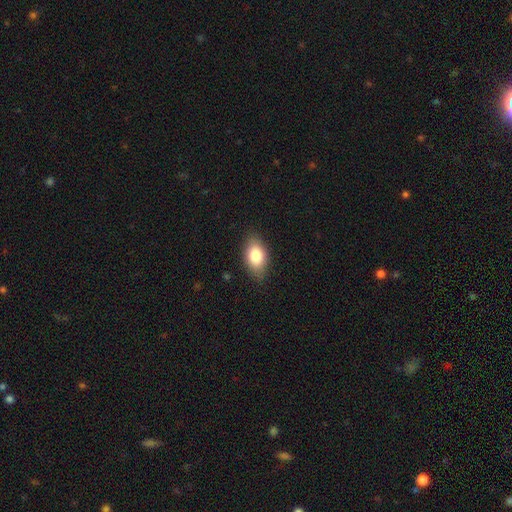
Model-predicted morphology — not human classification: Smooth or featured?
  - smooth: 81% *
  - featured or disk: 12%
  - star or artifact: 7%
How rounded?
  - in between: 89% *
  - round: 8%
  - cigar-shaped: 3%
Merging?
  - none: 83% *
  - minor disturbance: 13%
  - major disturbance: 3%
  - merger: 1%